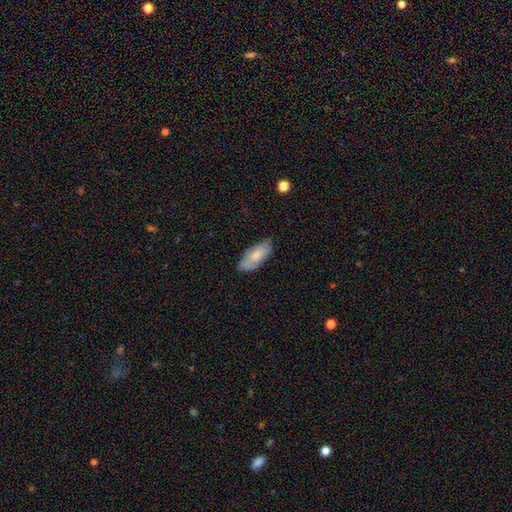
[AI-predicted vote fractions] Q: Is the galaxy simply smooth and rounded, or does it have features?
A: smooth — 74%.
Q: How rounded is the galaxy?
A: in between — 87%.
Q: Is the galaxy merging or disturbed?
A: none — 77%.